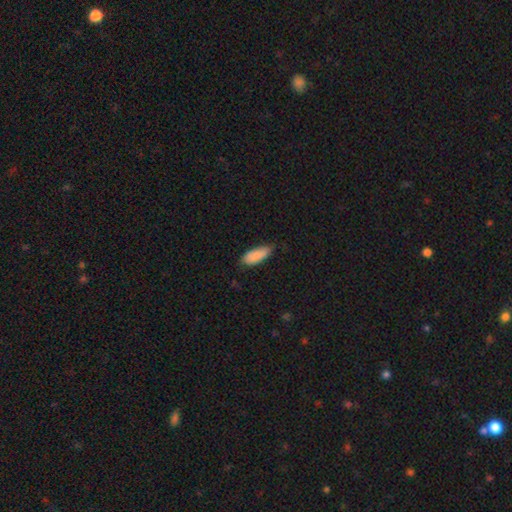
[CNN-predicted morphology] smooth-or-featured: smooth: 87% | featured or disk: 7% | star or artifact: 6%
  how-rounded: in between: 78% | cigar-shaped: 21% | round: 2%
  merging: none: 66% | minor disturbance: 29% | major disturbance: 4% | merger: 1%